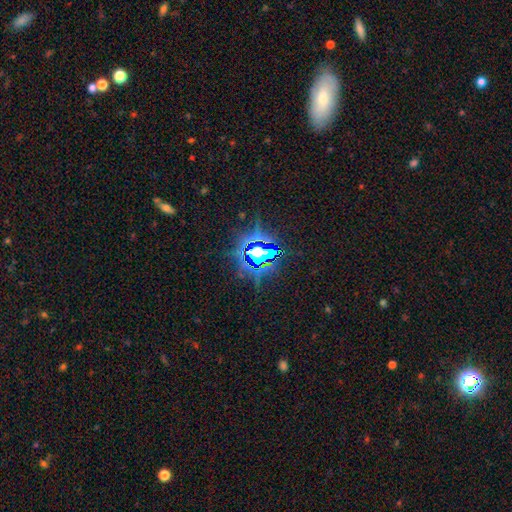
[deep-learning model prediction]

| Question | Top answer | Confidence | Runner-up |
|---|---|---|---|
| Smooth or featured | star or artifact | 80% | smooth (13%) |